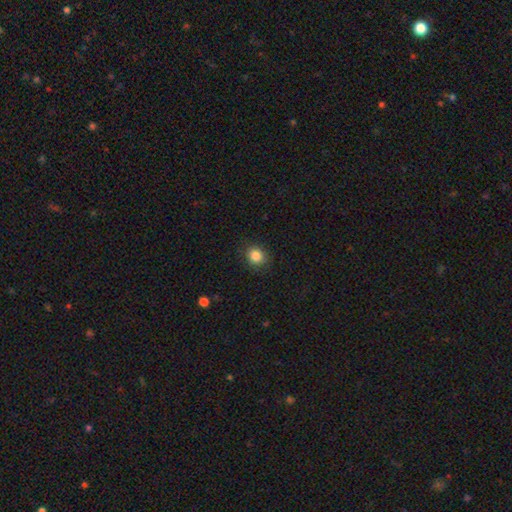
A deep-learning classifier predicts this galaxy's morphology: type=smooth (85%); roundness=round (78%); merging=none (86%).